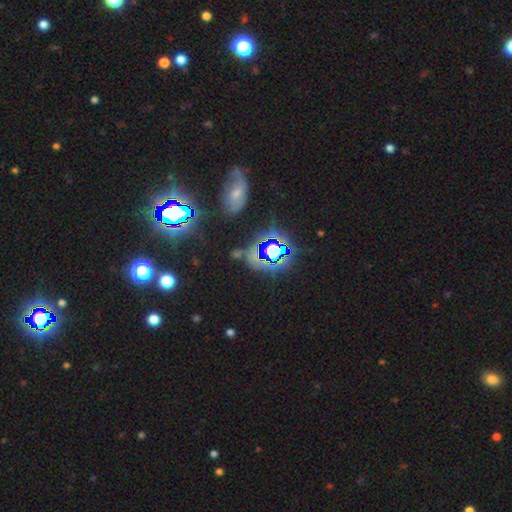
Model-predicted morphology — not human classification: Overall: star or artifact (69%).